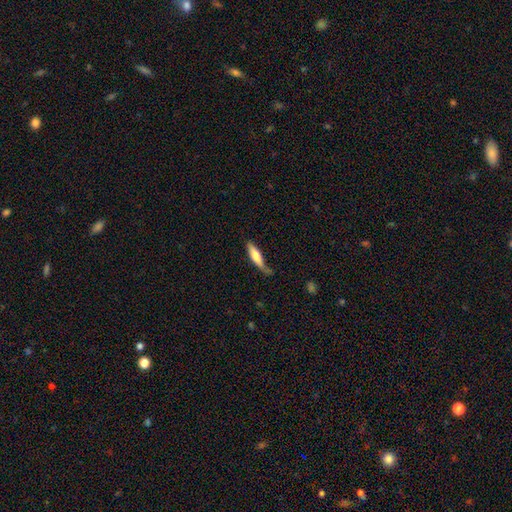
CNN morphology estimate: A smooth galaxy with no disk features (67%) that is cigar-shaped (69%). Merging: none (51%).